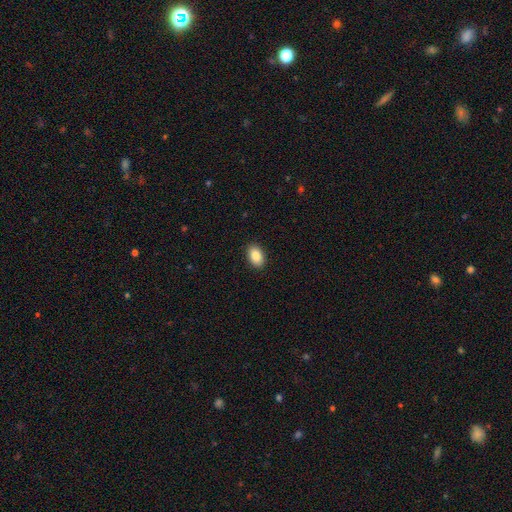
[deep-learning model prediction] A smooth galaxy with no disk features (87%) that is in between round and cigar-shaped (90%).

Vote fractions:
- Smooth or featured? smooth: 87% / star or artifact: 7% / featured or disk: 5%
- How rounded? in between: 90% / round: 9% / cigar-shaped: 1%
- Merging? none: 90% / minor disturbance: 7% / major disturbance: 2% / merger: 1%